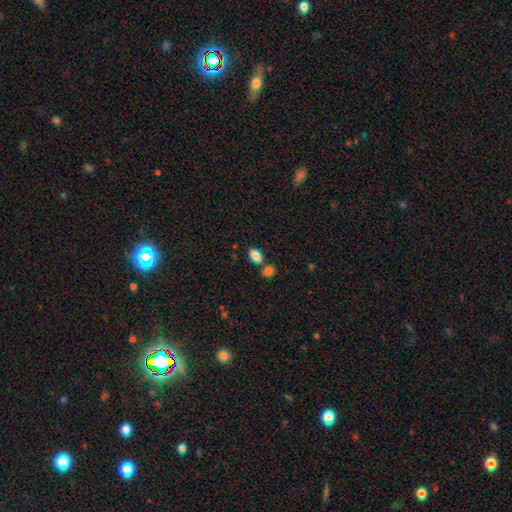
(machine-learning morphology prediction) smooth 85%, star or artifact 9%, featured or disk 6%. Down the decision tree: how rounded — in between (89%); merging — none (65%).